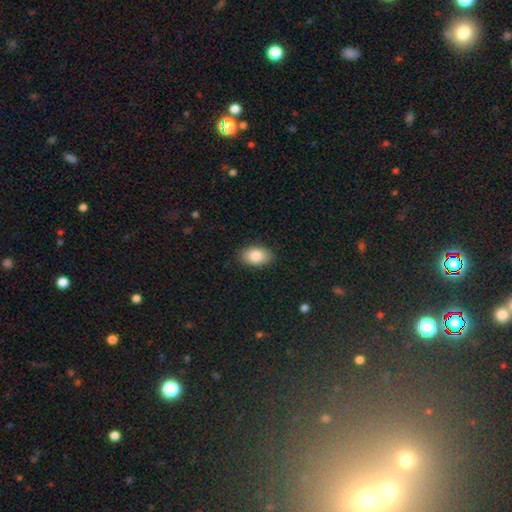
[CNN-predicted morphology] Smooth or featured? Predicted: smooth (p=0.86). How rounded? Predicted: in between (p=0.90). Merging? Predicted: none (p=0.87).